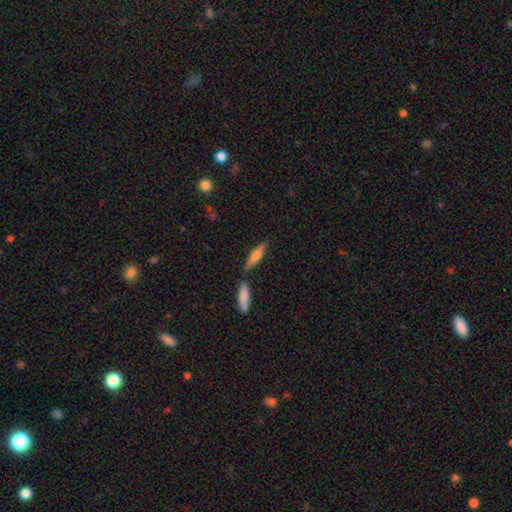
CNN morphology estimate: Smooth or featured? Predicted: smooth (p=0.54). How rounded? Predicted: cigar-shaped (p=0.75). Merging? Predicted: none (p=0.72).